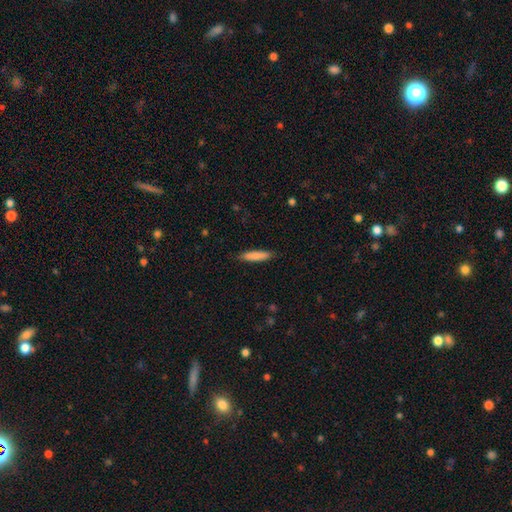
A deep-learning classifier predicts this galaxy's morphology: A smooth galaxy with no disk features (84%) that is cigar-shaped (83%). Merging: none (86%).